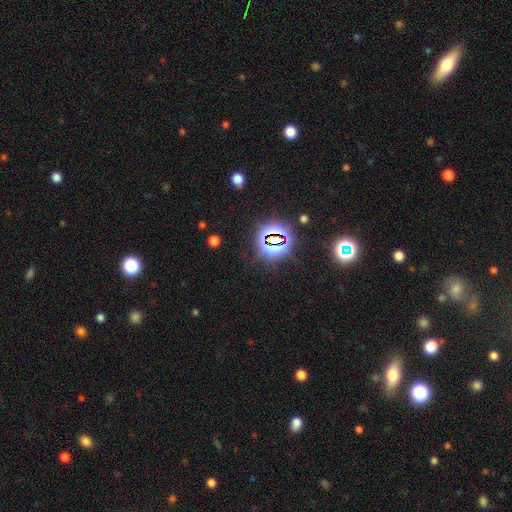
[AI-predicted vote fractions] Smooth or featured: star or artifact — 78% (smooth — 13%)